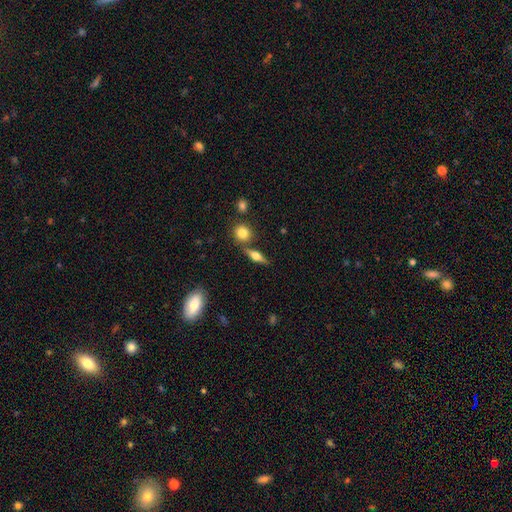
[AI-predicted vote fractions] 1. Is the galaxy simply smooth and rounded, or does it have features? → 54% featured or disk, 38% smooth, 8% star or artifact.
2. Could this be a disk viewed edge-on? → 93% yes, 7% no.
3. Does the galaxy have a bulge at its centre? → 93% rounded, 5% boxy, 2% none.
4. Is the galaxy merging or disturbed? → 76% none, 11% merger, 10% minor disturbance, 3% major disturbance.